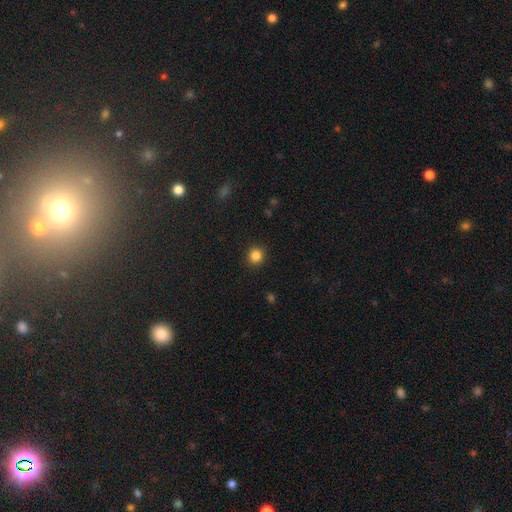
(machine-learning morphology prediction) The model was most divided on "smooth or featured": smooth: 85%, star or artifact: 11%, featured or disk: 4%. More confident: merging — none (92%); how rounded — round (92%).